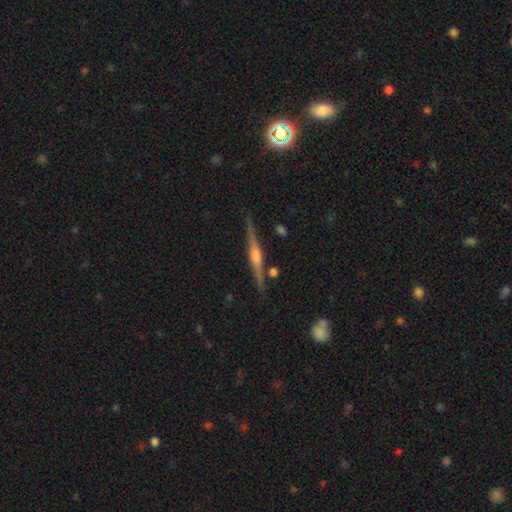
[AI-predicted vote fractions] featured or disk 82%, smooth 12%, star or artifact 6%. Down the decision tree: edge-on disk — yes (98%); edge-on bulge — rounded (91%); merging — none (87%).